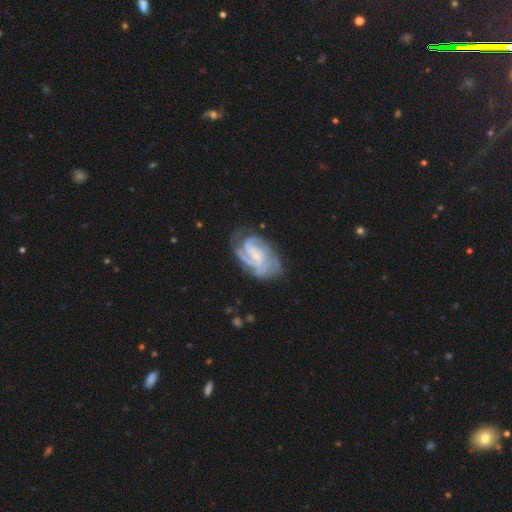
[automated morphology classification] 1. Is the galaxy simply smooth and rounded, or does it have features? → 88% featured or disk, 7% smooth, 5% star or artifact.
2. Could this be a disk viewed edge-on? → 97% no, 3% yes.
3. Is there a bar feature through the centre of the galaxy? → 55% no, 37% weak, 8% strong.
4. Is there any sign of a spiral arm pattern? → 97% yes, 3% no.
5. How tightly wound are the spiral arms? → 61% tight, 33% medium, 6% loose.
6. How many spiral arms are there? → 30% 3, 27% 2, 21% can't tell, 11% 4, 6% 1, 5% more than 4.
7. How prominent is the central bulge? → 69% small, 21% moderate, 8% none, 2% large, 1% dominant.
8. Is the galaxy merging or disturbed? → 67% none, 21% minor disturbance, 10% major disturbance, 2% merger.